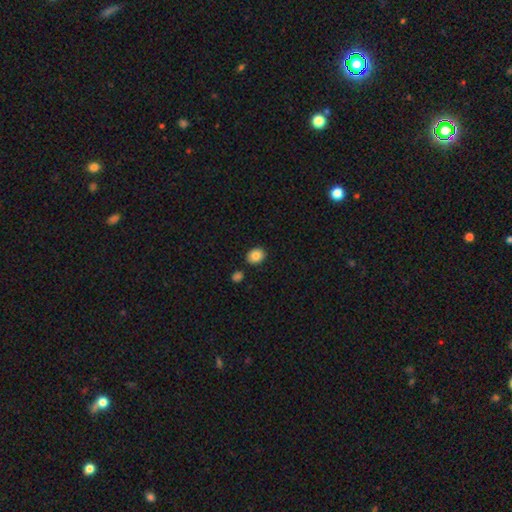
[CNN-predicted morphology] Q: Smooth or featured?
A: smooth (86%); runner-up: star or artifact (8%)
Q: How rounded?
A: in between (50%); runner-up: round (49%)
Q: Merging?
A: none (86%); runner-up: minor disturbance (8%)